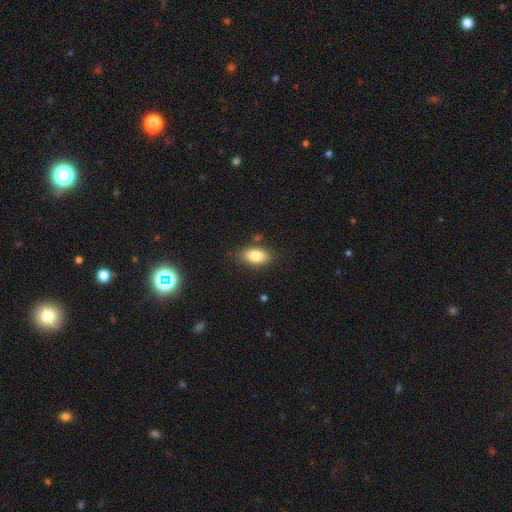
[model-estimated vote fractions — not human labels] Smooth or featured? Predicted: smooth (p=0.83). How rounded? Predicted: in between (p=0.89). Merging? Predicted: none (p=0.82).